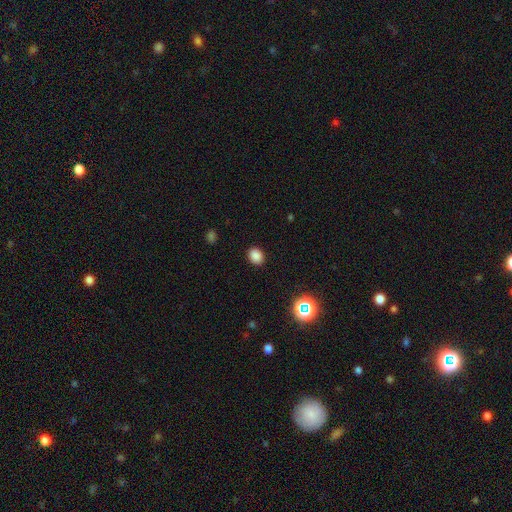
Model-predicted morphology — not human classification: A smooth galaxy with no disk features (85%) that is in between round and cigar-shaped (54%). Merging: none (90%).